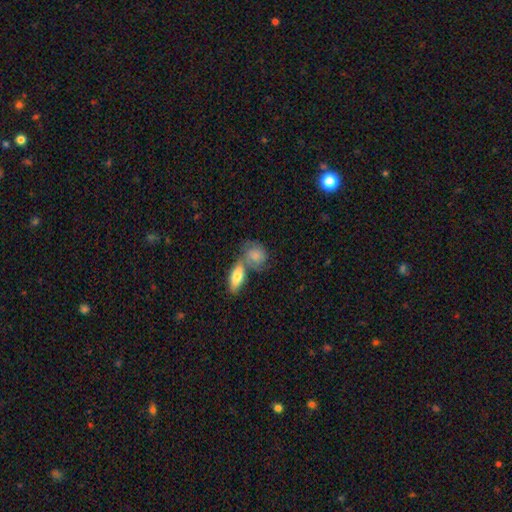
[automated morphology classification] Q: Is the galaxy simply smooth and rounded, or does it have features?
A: smooth — 57%.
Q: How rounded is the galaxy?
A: in between — 60%.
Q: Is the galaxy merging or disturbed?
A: merger — 45%.